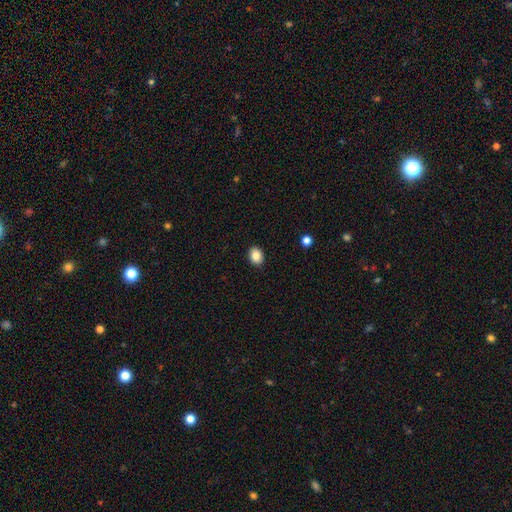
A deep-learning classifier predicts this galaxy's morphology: Smooth or featured?
  - smooth: 87% *
  - star or artifact: 9%
  - featured or disk: 5%
How rounded?
  - in between: 67% *
  - round: 32%
  - cigar-shaped: 1%
Merging?
  - none: 90% *
  - minor disturbance: 7%
  - major disturbance: 2%
  - merger: 1%